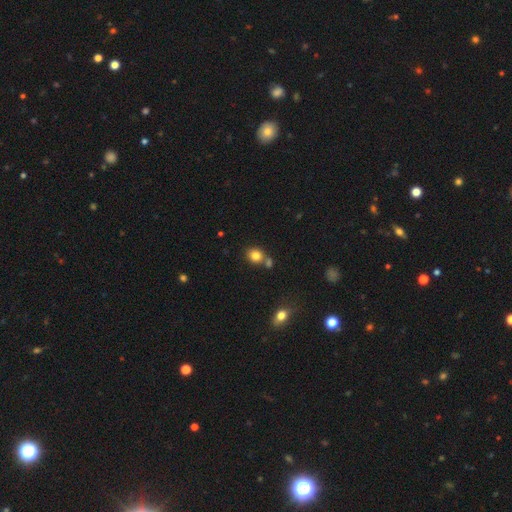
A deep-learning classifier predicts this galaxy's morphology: Smooth or featured: smooth — 82% (star or artifact — 11%)
How rounded: round — 74% (in between — 25%)
Merging: none — 63% (merger — 24%)